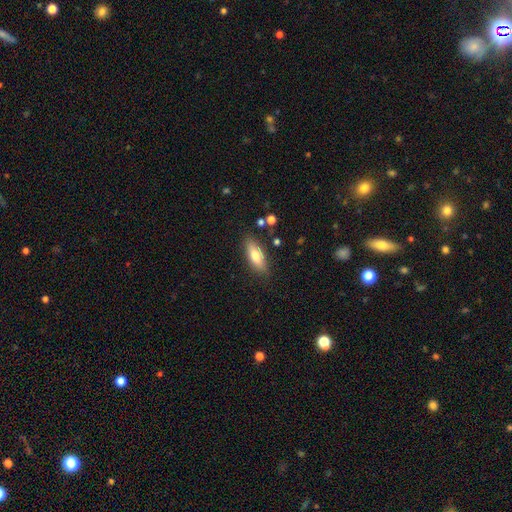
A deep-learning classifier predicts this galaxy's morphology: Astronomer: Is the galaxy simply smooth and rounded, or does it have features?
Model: smooth — 70%.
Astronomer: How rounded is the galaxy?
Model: in between — 69%.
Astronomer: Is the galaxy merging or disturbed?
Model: none — 82%.